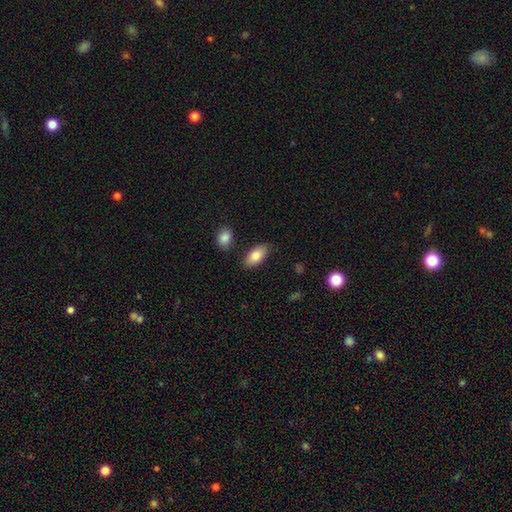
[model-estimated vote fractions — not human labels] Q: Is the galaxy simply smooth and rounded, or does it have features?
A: smooth — 81%.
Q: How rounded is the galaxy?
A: in between — 92%.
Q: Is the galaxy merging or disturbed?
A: none — 83%.